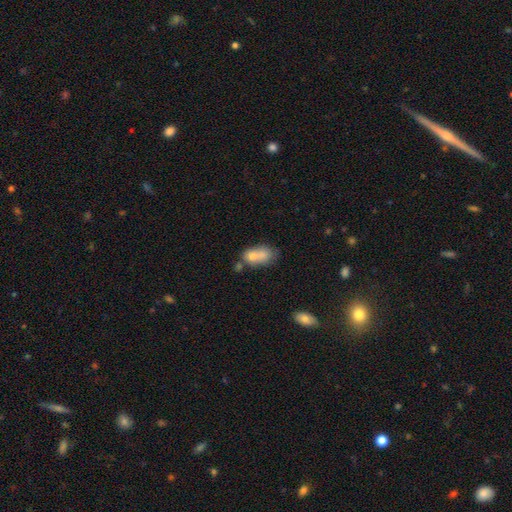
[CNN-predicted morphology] Smooth or featured: smooth — 72% (featured or disk — 19%)
How rounded: in between — 82% (round — 15%)
Merging: merger — 45% (none — 29%)